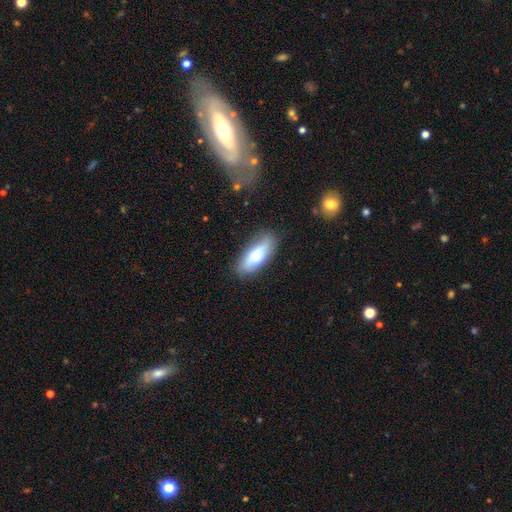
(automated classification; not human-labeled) A smooth galaxy with no disk features (67%) that is in between round and cigar-shaped (72%).

Vote fractions:
- Smooth or featured? smooth: 67% / featured or disk: 26% / star or artifact: 7%
- How rounded? in between: 72% / cigar-shaped: 25% / round: 3%
- Merging? none: 81% / minor disturbance: 14% / major disturbance: 3% / merger: 1%